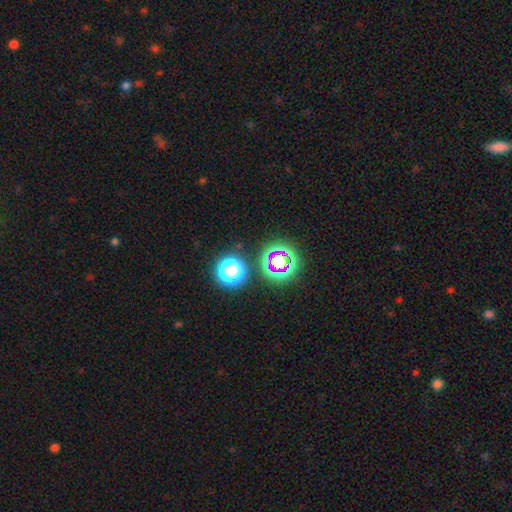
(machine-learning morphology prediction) Q: Smooth or featured?
A: star or artifact (67%); runner-up: smooth (26%)